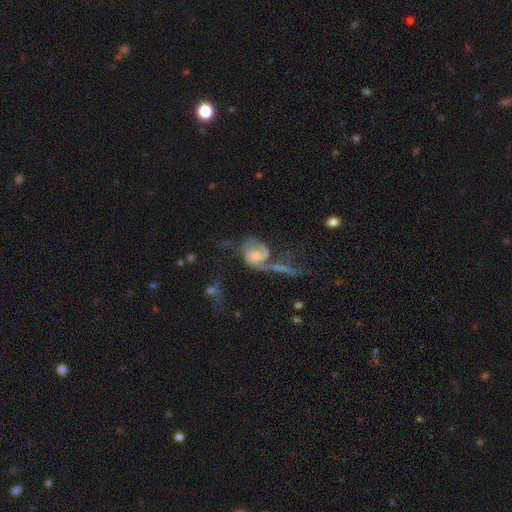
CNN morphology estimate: Smooth or featured?
  - featured or disk: 75% *
  - smooth: 17%
  - star or artifact: 8%
Edge-on disk?
  - no: 96% *
  - yes: 4%
Bar?
  - no: 69% *
  - weak: 25%
  - strong: 6%
Spiral arms?
  - yes: 87% *
  - no: 13%
Spiral winding?
  - medium: 40% *
  - loose: 38%
  - tight: 23%
Spiral arm count?
  - 2: 64% *
  - 1: 18%
  - can't tell: 11%
  - 3: 3%
  - 4: 2%
  - more than 4: 2%
Bulge size?
  - moderate: 46% *
  - small: 40%
  - large: 6%
  - none: 6%
  - dominant: 2%
Merging?
  - major disturbance: 36% *
  - none: 26%
  - merger: 23%
  - minor disturbance: 15%